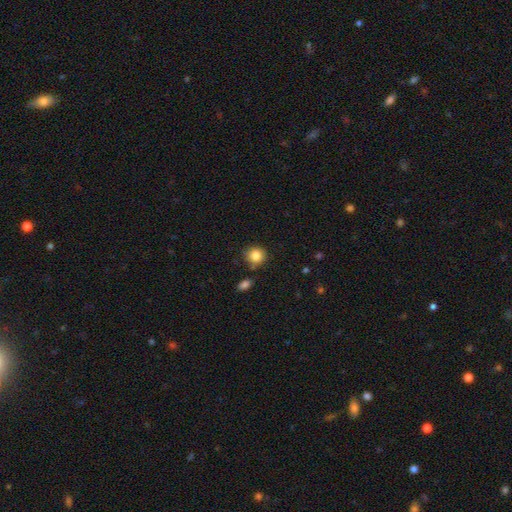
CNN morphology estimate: Smooth or featured? smooth (85%)
How rounded? round (88%)
Merging? none (79%)